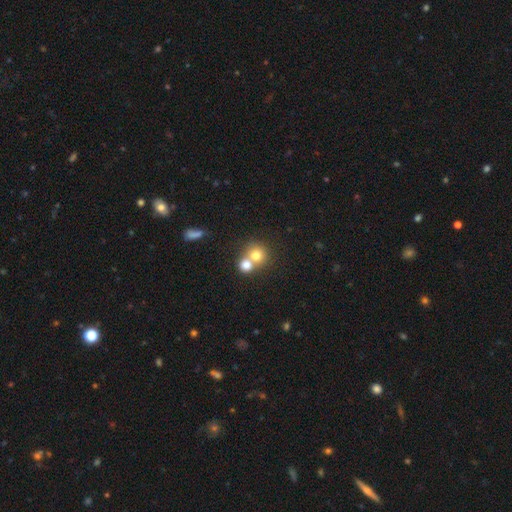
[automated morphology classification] Smooth or featured?
  - smooth: 74% *
  - featured or disk: 15%
  - star or artifact: 11%
How rounded?
  - round: 84% *
  - in between: 15%
  - cigar-shaped: 1%
Merging?
  - merger: 61% *
  - none: 32%
  - minor disturbance: 5%
  - major disturbance: 2%